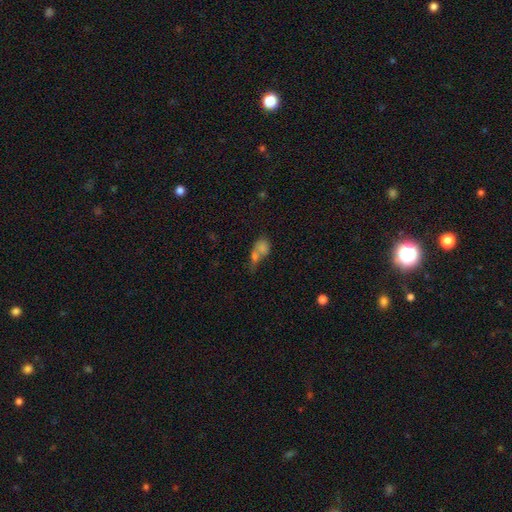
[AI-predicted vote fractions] This is likely a smooth galaxy (65%). How rounded: likely in between (61%). Merging: possibly merger (59%).